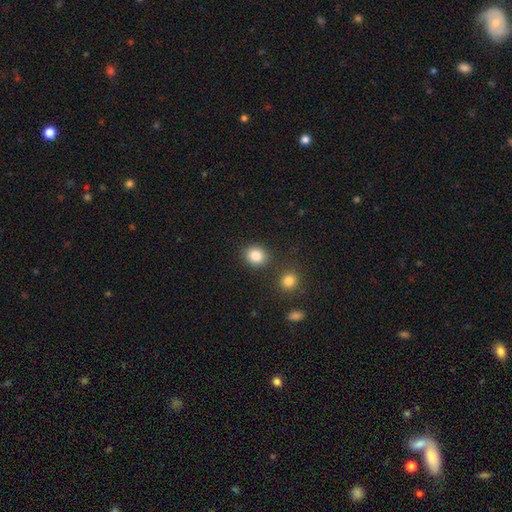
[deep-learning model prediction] A smooth galaxy with no disk features (85%) that is round (73%). Merging: none (84%).